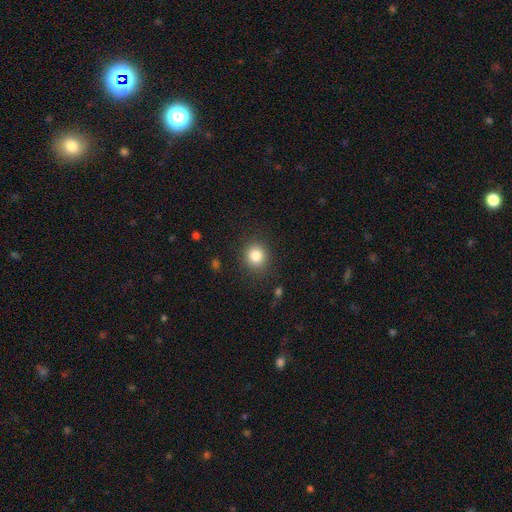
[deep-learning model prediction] This is clearly a smooth galaxy (83%). How rounded: clearly round (86%). Merging: clearly none (88%).